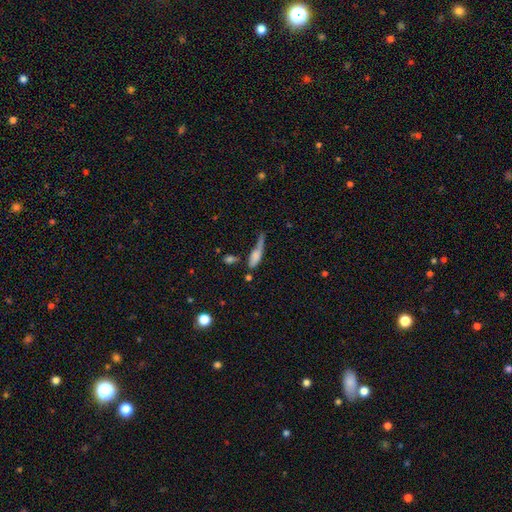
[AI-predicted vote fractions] Overall: smooth (66%). How rounded: cigar-shaped (56%; in between 40%). Merging: major disturbance (29%; none 27%).